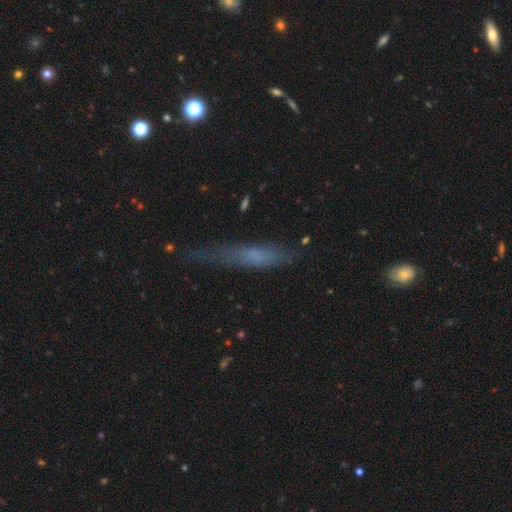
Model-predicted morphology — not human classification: A smooth galaxy with no disk features (54%) that is cigar-shaped (83%).

Vote fractions:
- Smooth or featured? smooth: 54% / featured or disk: 32% / star or artifact: 13%
- How rounded? cigar-shaped: 83% / in between: 14% / round: 3%
- Merging? none: 58% / minor disturbance: 26% / major disturbance: 12% / merger: 3%